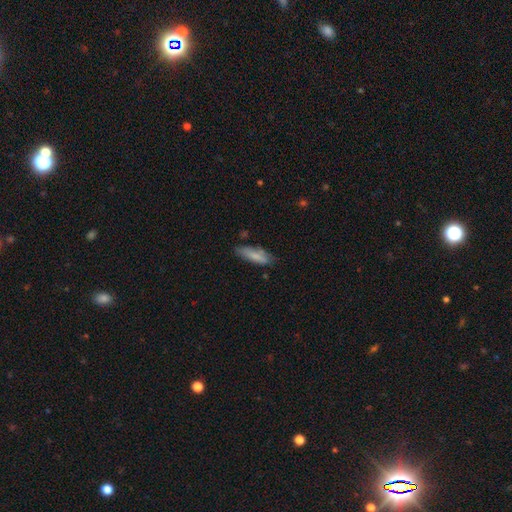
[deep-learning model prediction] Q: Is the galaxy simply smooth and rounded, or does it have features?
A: smooth — 78%.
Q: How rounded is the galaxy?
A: cigar-shaped — 56%.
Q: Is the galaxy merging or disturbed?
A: none — 72%.